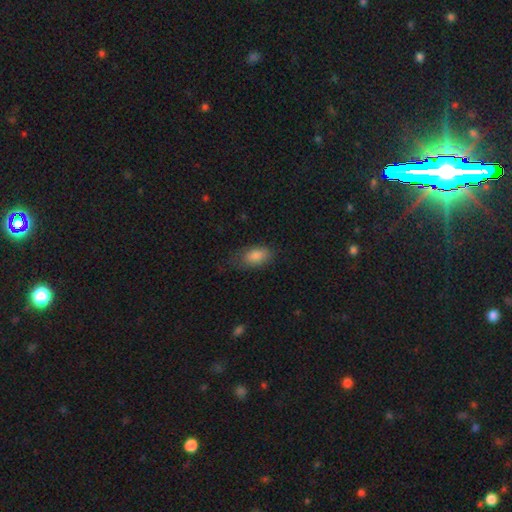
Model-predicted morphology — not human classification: Smooth or featured: smooth — 84% (featured or disk — 8%)
How rounded: in between — 91% (round — 5%)
Merging: none — 65% (minor disturbance — 25%)